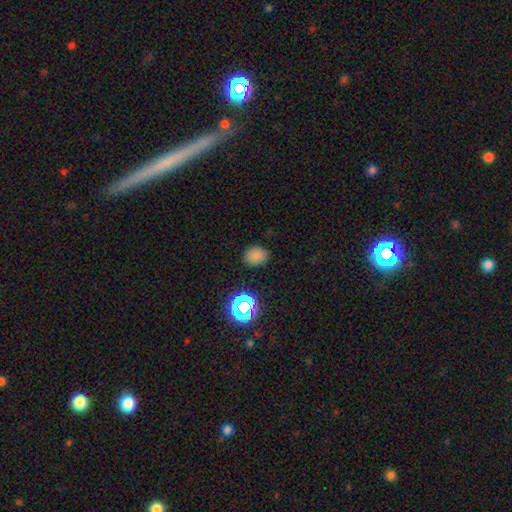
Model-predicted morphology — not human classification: The model was most divided on "how rounded": round: 51%, in between: 48%, cigar-shaped: 1%. More confident: merging — none (85%); smooth or featured — smooth (77%).